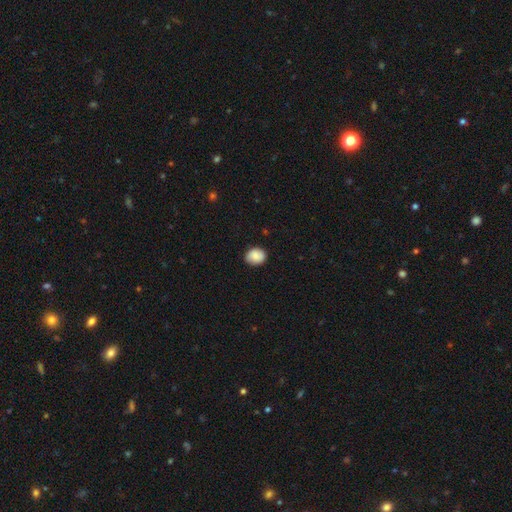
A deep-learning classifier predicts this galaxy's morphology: A smooth galaxy with no disk features (86%) that is round (58%). Merging: none (85%).